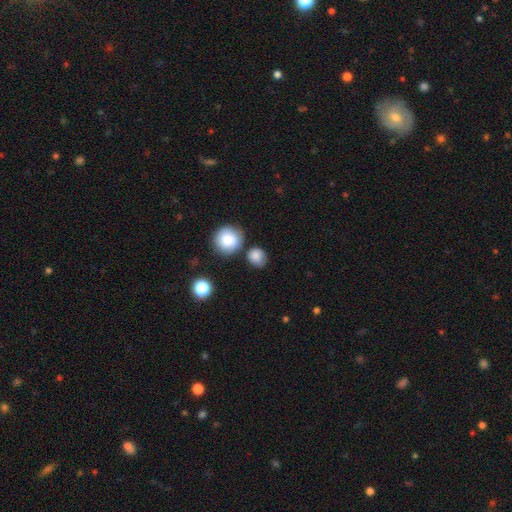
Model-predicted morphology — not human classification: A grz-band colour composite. It shows a smooth galaxy with no disk features (84%) that is round (80%). Merging: none (69%).